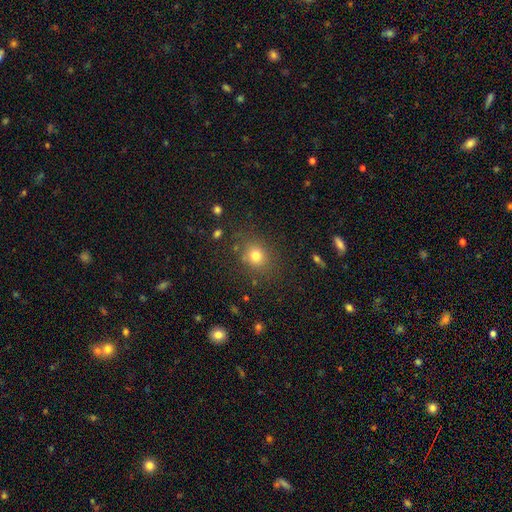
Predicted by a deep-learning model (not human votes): Smooth or featured? Predicted: smooth (p=0.77). How rounded? Predicted: round (p=0.74). Merging? Predicted: none (p=0.81).